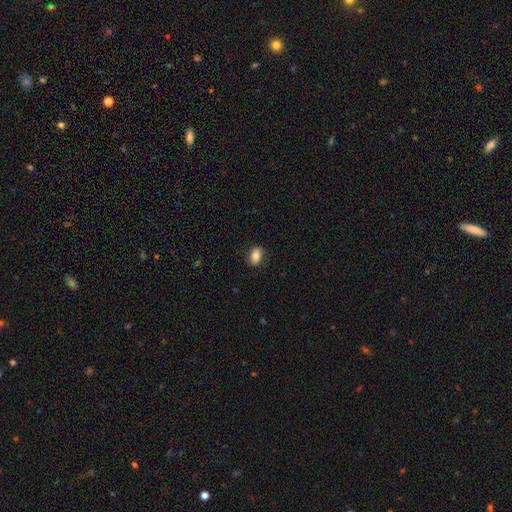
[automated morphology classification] smooth-or-featured: smooth: 81% | featured or disk: 11% | star or artifact: 8%
  how-rounded: in between: 83% | round: 15% | cigar-shaped: 2%
  merging: none: 85% | minor disturbance: 12% | major disturbance: 2% | merger: 1%